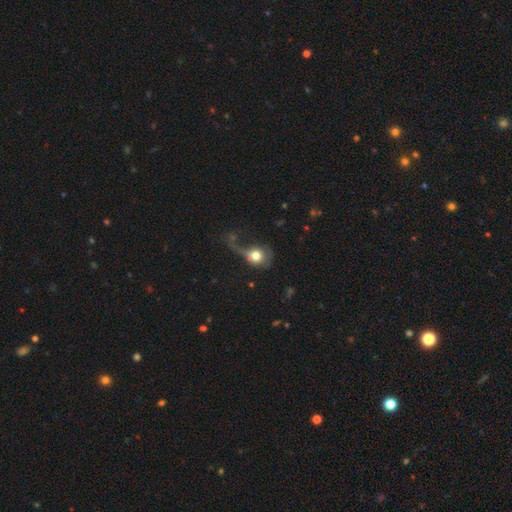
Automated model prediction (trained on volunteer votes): Smooth or featured?
  - smooth: 63% *
  - featured or disk: 28%
  - star or artifact: 10%
How rounded?
  - round: 75% *
  - in between: 24%
  - cigar-shaped: 2%
Merging?
  - major disturbance: 57% *
  - none: 20%
  - minor disturbance: 16%
  - merger: 8%